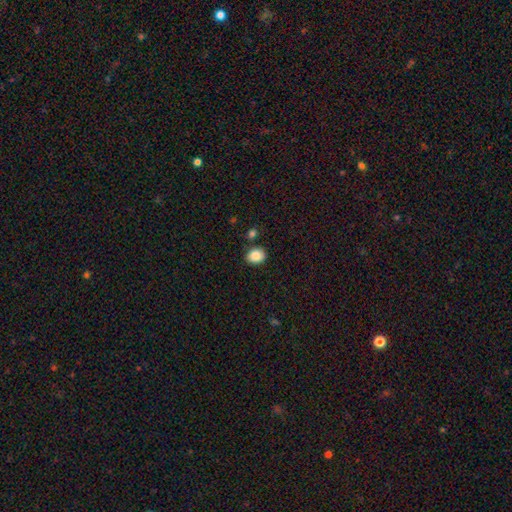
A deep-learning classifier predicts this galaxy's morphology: A smooth galaxy with no disk features (87%) that is in between round and cigar-shaped (52%).

Vote fractions:
- Smooth or featured? smooth: 87% / star or artifact: 8% / featured or disk: 4%
- How rounded? in between: 52% / round: 47% / cigar-shaped: 1%
- Merging? none: 82% / minor disturbance: 11% / merger: 5% / major disturbance: 3%